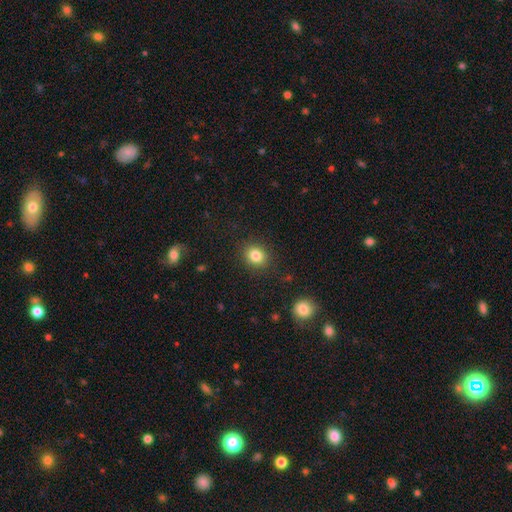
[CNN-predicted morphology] smooth-or-featured: smooth: 83% | star or artifact: 11% | featured or disk: 6%
  how-rounded: round: 69% | in between: 30% | cigar-shaped: 1%
  merging: none: 88% | minor disturbance: 8% | major disturbance: 3% | merger: 1%